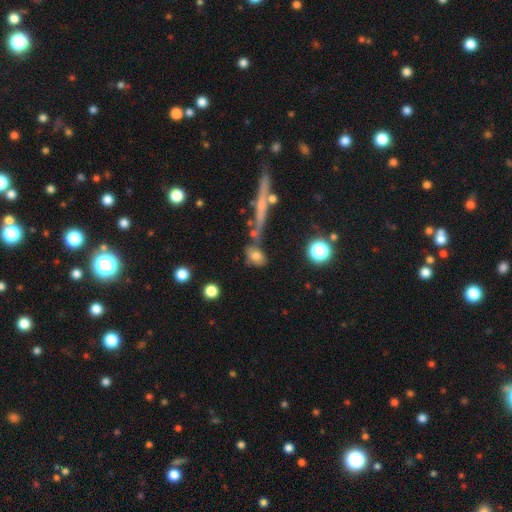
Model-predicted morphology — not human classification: smooth-or-featured: smooth: 71% | featured or disk: 17% | star or artifact: 12%
  how-rounded: in between: 66% | round: 25% | cigar-shaped: 9%
  merging: none: 60% | merger: 18% | minor disturbance: 16% | major disturbance: 7%